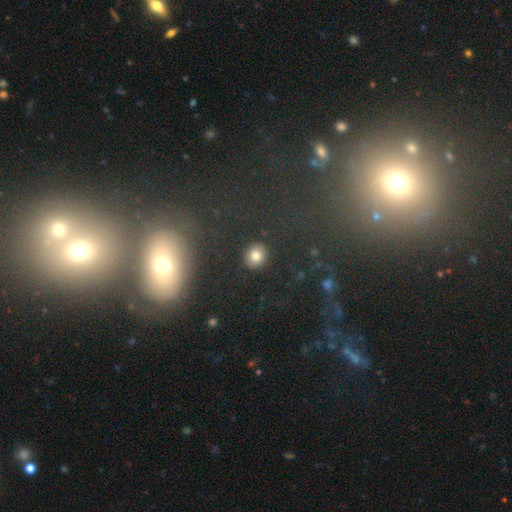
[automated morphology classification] A smooth galaxy with no disk features (78%) that is round (78%).

Vote fractions:
- Smooth or featured? smooth: 78% / star or artifact: 15% / featured or disk: 7%
- How rounded? round: 78% / in between: 21% / cigar-shaped: 1%
- Merging? none: 90% / minor disturbance: 7% / major disturbance: 2% / merger: 2%